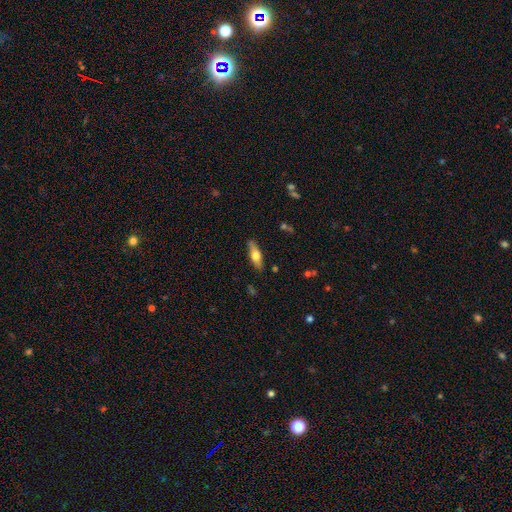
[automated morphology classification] smooth-or-featured: smooth: 53% | featured or disk: 41% | star or artifact: 6%
  how-rounded: cigar-shaped: 53% | in between: 44% | round: 3%
  merging: none: 85% | minor disturbance: 12% | major disturbance: 2% | merger: 2%